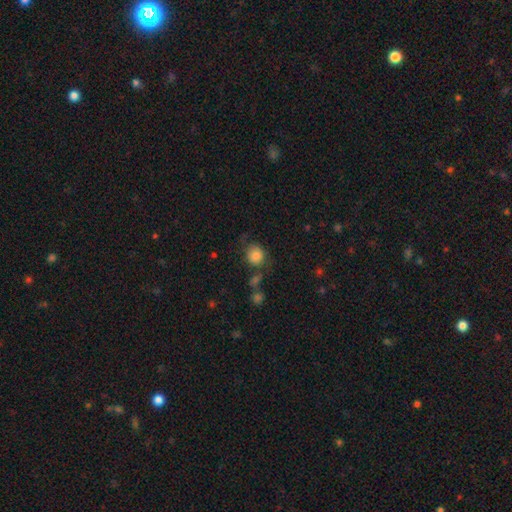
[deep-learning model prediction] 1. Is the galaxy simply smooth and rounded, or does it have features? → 83% smooth, 10% star or artifact, 7% featured or disk.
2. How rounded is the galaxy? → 78% round, 21% in between, 1% cigar-shaped.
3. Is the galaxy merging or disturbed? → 63% none, 18% minor disturbance, 10% merger, 9% major disturbance.